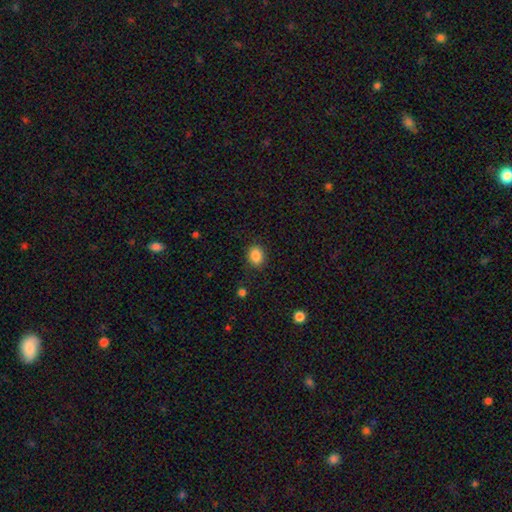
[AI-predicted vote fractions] Morphology: type=smooth (87%); roundness=in between (56%); merging=none (87%).